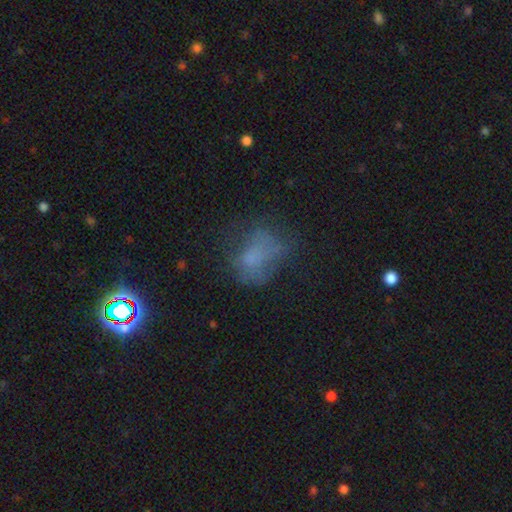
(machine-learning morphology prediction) A smooth galaxy with no disk features (50%). Merging: none (42%).